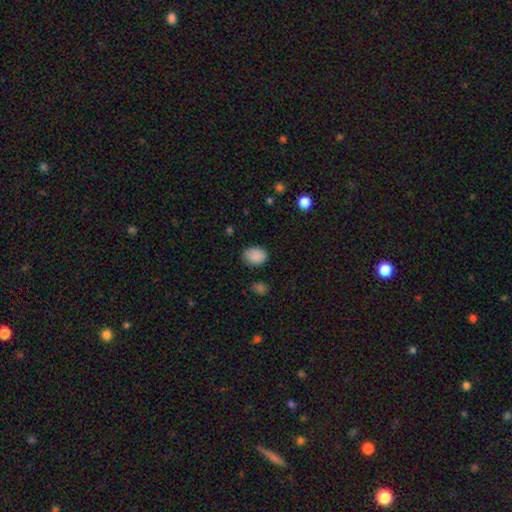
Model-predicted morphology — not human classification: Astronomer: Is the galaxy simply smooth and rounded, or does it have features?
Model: smooth — 88%.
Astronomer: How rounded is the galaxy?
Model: in between — 72%.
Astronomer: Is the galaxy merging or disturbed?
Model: none — 81%.